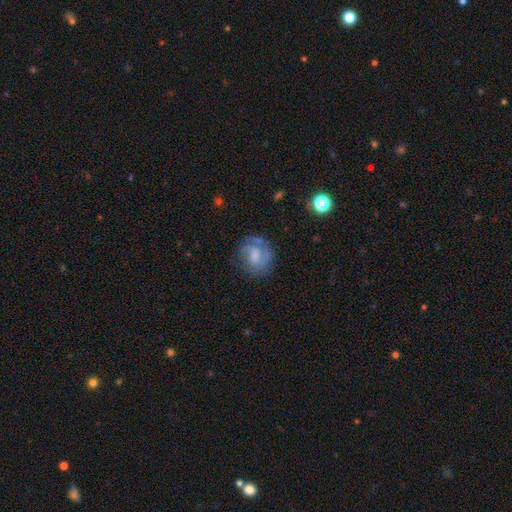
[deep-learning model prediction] Overall: featured or disk (63%; smooth 29%). Edge-on disk: no (98%). Bar: weak (47%; no 41%). Spiral arms: yes (83%). Spiral arm count: 2 (44%; can't tell 23%). Spiral winding: tight (41%, tied with medium). Bulge size: none (31%; moderate 30%). Merging: none (63%).